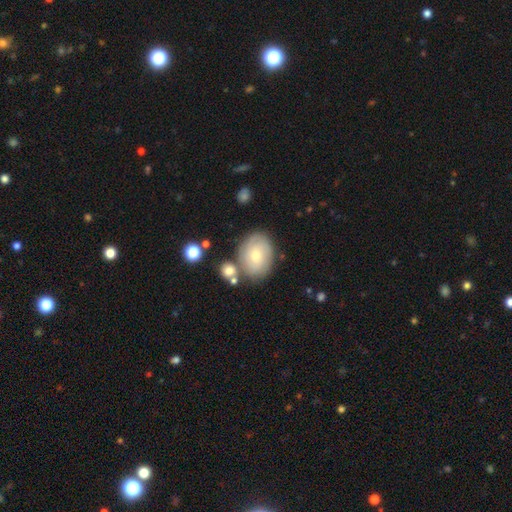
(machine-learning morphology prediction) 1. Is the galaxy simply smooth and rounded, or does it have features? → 48% smooth, 44% featured or disk, 8% star or artifact.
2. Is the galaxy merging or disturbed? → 70% none, 16% minor disturbance, 9% merger, 5% major disturbance.